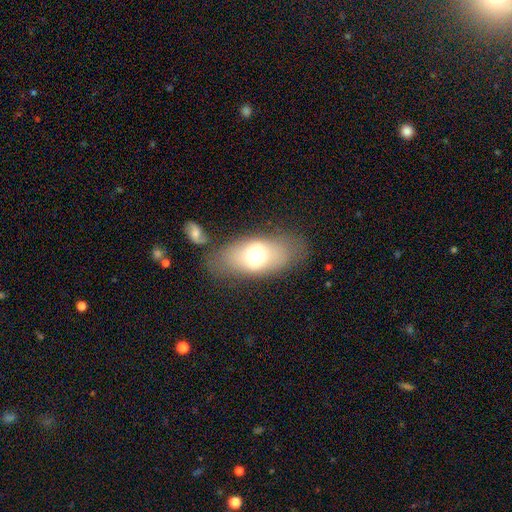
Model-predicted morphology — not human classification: type=smooth (65%); roundness=in between (86%); merging=none (72%).